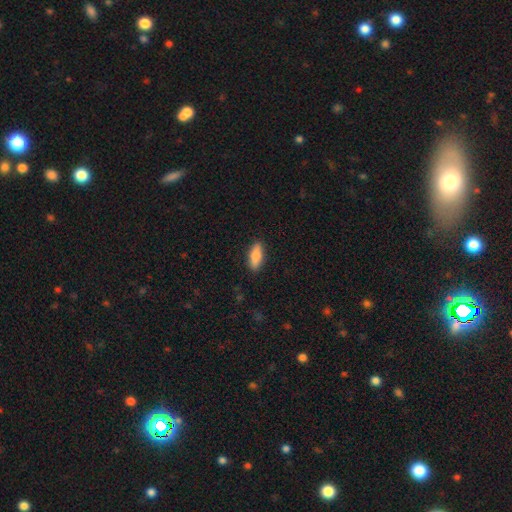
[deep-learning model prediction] smooth-or-featured: smooth: 83% | featured or disk: 11% | star or artifact: 6%
  how-rounded: in between: 67% | cigar-shaped: 30% | round: 2%
  merging: none: 89% | minor disturbance: 8% | major disturbance: 2% | merger: 1%